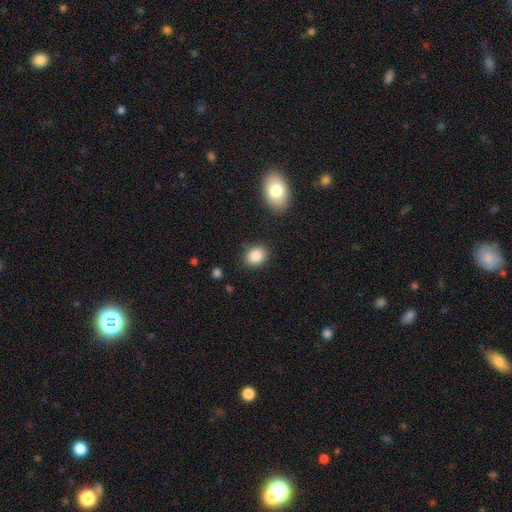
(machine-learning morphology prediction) This appears to be a smooth galaxy with no disk features (86%) that is round (50%). Merging: none (85%).